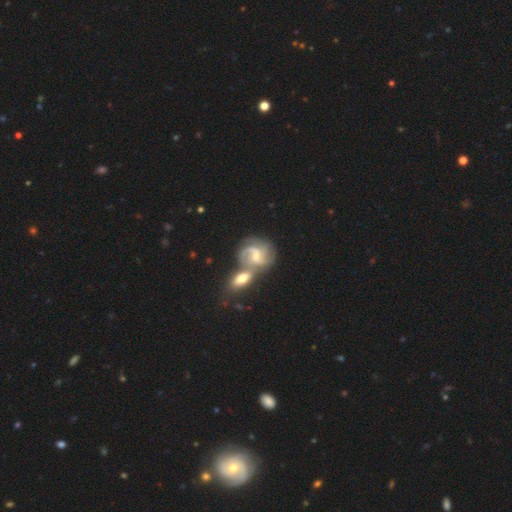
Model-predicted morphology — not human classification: This appears to be a featured or disk galaxy (82%) with a weak bar (53%), 2 (52%) medium (47%) spiral arms (95%) and a small central bulge (48%). Merging: merger (47%).